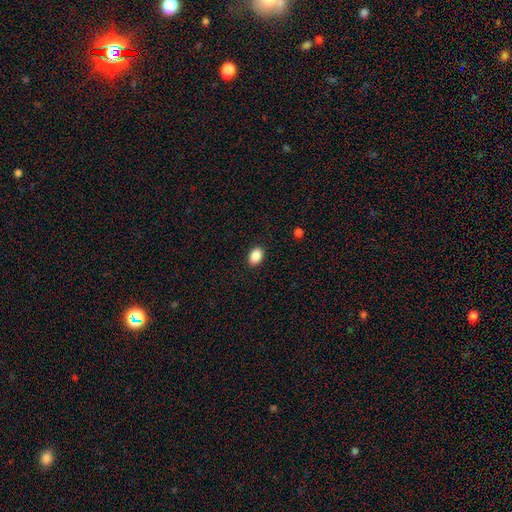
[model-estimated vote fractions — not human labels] smooth-or-featured: smooth: 89% | star or artifact: 8% | featured or disk: 3%
  how-rounded: in between: 84% | round: 15% | cigar-shaped: 1%
  merging: none: 90% | minor disturbance: 7% | major disturbance: 2% | merger: 1%